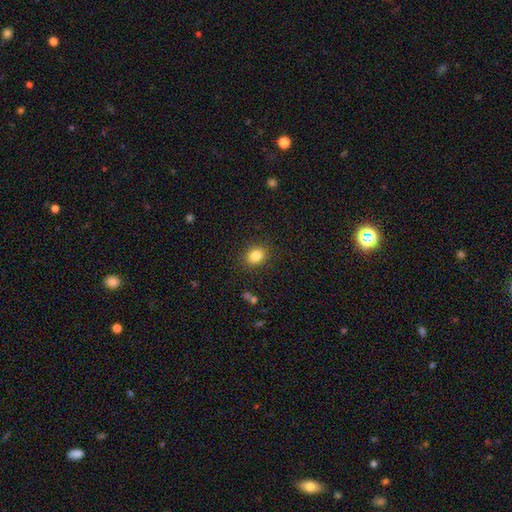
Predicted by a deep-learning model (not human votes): Smooth or featured? Predicted: smooth (p=0.83). How rounded? Predicted: round (p=0.53). Merging? Predicted: none (p=0.87).